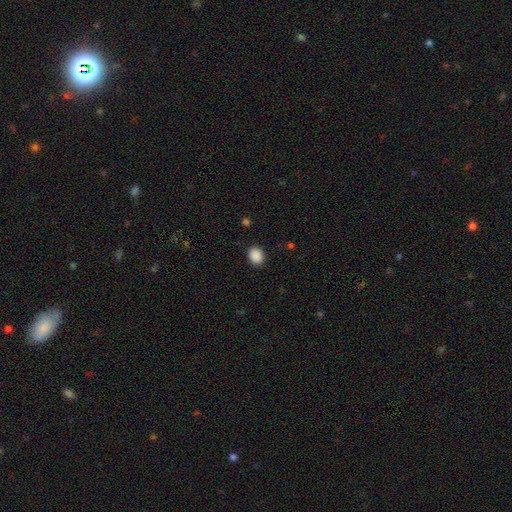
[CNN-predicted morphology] smooth_or_featured: smooth (p=0.89) [alt: star or artifact p=0.09]
how_rounded: in between (p=0.54) [alt: round p=0.45]
merging: none (p=0.89) [alt: minor disturbance p=0.08]